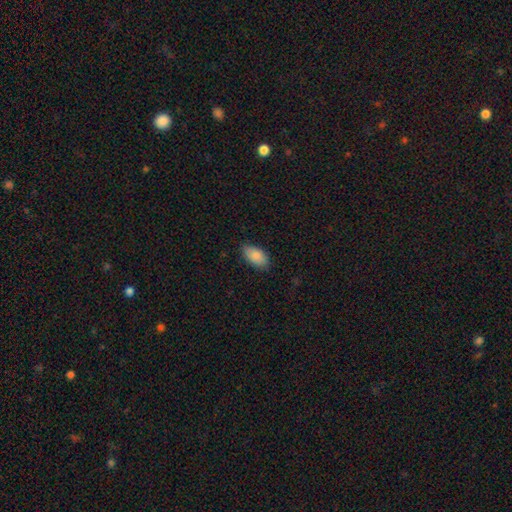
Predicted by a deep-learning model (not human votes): Smooth or featured?
  - smooth: 88% *
  - star or artifact: 6%
  - featured or disk: 6%
How rounded?
  - in between: 94% *
  - round: 4%
  - cigar-shaped: 2%
Merging?
  - none: 82% *
  - minor disturbance: 15%
  - major disturbance: 3%
  - merger: 1%